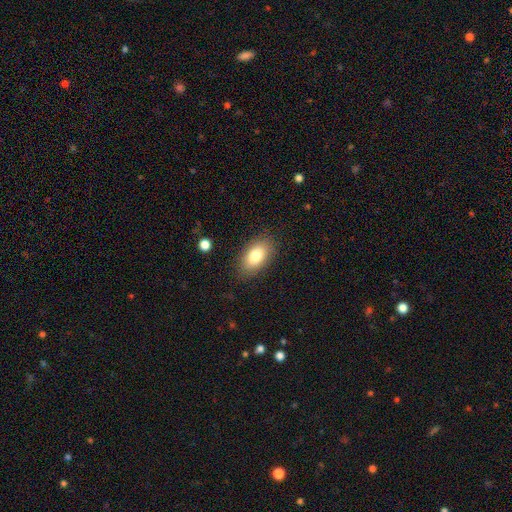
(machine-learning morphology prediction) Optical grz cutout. It shows a smooth galaxy with no disk features (81%) that is in between round and cigar-shaped (92%). Merging: none (85%).